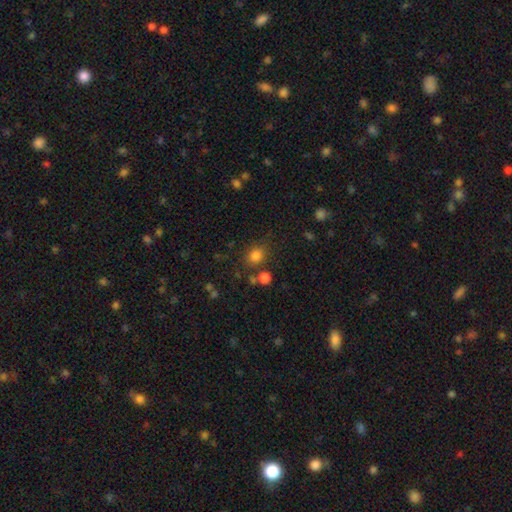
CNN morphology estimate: A smooth galaxy with no disk features (81%) that is round (68%). Merging: none (75%).